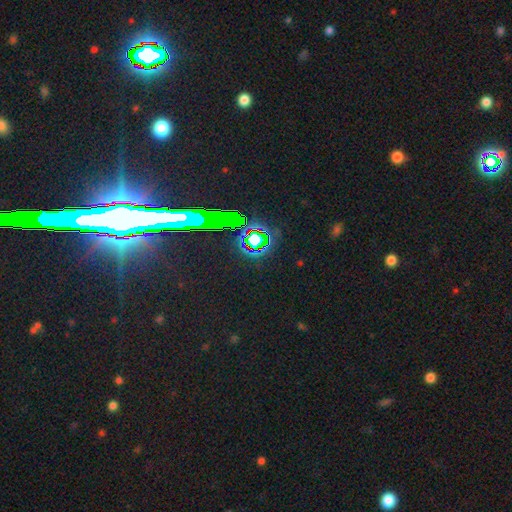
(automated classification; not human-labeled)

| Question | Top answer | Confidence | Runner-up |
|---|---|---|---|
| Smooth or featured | star or artifact | 82% | featured or disk (9%) |